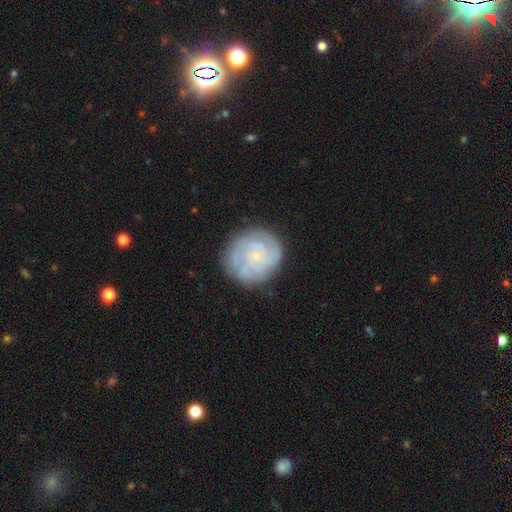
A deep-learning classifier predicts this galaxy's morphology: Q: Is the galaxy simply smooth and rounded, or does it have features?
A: featured or disk — 70%.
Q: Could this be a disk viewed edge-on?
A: no — 98%.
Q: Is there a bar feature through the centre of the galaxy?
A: no — 78%.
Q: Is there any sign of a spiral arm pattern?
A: yes — 89%.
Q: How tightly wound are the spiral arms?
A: tight — 68%.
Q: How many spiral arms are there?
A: can't tell — 38%.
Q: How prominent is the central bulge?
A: small — 77%.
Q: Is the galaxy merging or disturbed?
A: none — 79%.